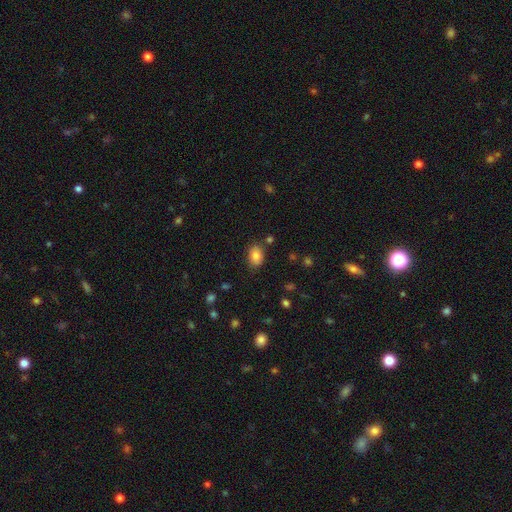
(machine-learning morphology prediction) smooth 82%, star or artifact 9%, featured or disk 9%. Down the decision tree: how rounded — in between (81%); merging — none (79%).